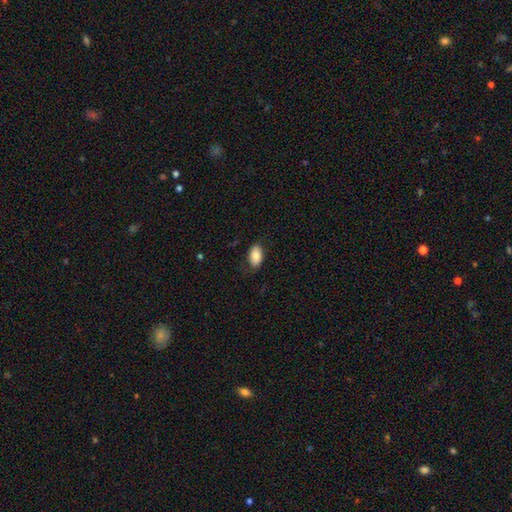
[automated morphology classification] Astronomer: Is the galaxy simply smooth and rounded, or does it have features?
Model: smooth — 83%.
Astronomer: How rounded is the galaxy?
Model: in between — 93%.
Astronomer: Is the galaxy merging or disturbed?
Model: none — 79%.